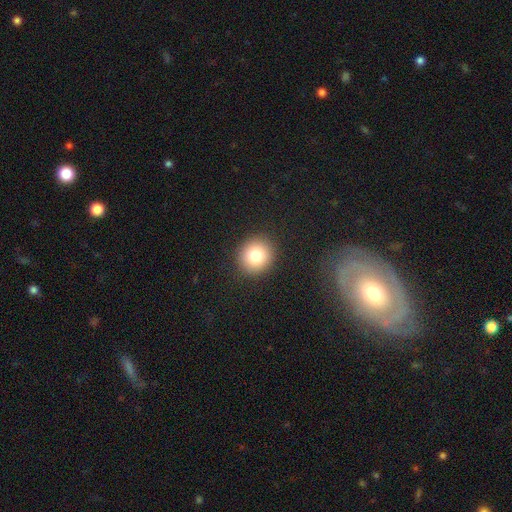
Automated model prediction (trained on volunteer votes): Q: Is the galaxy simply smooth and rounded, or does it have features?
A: smooth — 81%.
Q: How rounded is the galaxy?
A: round — 89%.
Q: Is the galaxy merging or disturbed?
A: none — 91%.